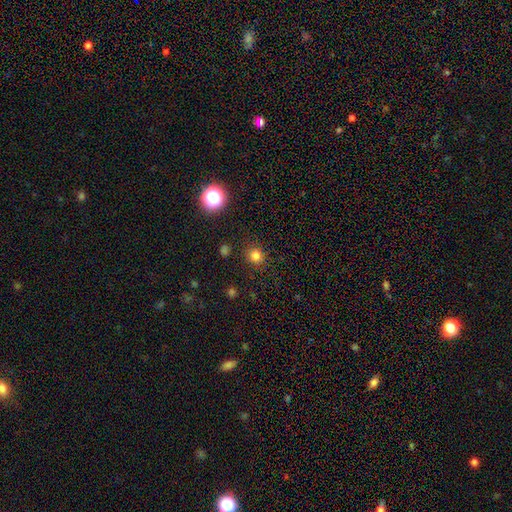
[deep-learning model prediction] Smooth or featured: smooth — 80% (star or artifact — 16%)
How rounded: round — 88% (in between — 11%)
Merging: none — 88% (minor disturbance — 7%)